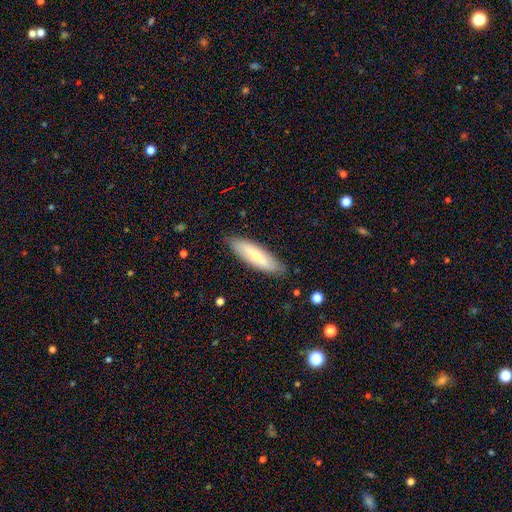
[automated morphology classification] Smooth or featured? Predicted: smooth (p=0.65). How rounded? Predicted: cigar-shaped (p=0.59). Merging? Predicted: none (p=0.84).